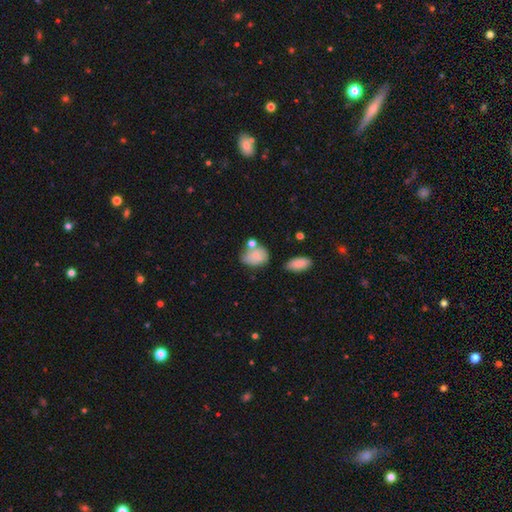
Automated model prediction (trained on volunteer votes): Smooth or featured: smooth — 60% (featured or disk — 32%)
How rounded: in between — 62% (round — 37%)
Merging: none — 42% (minor disturbance — 26%)